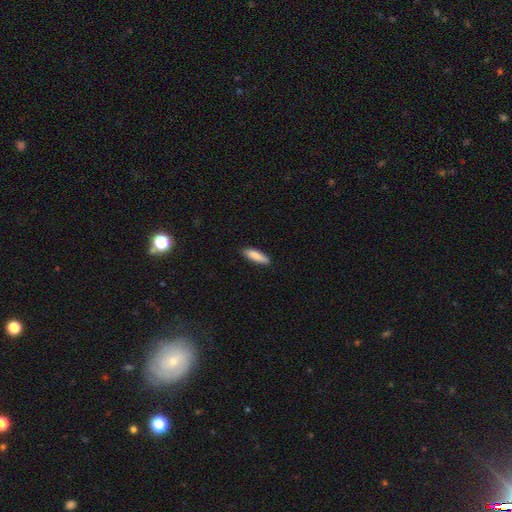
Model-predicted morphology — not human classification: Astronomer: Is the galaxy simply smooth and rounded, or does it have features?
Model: smooth — 87%.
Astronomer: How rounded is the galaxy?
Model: cigar-shaped — 56% (runner-up: in between, 42%).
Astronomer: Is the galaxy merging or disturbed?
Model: none — 85%.